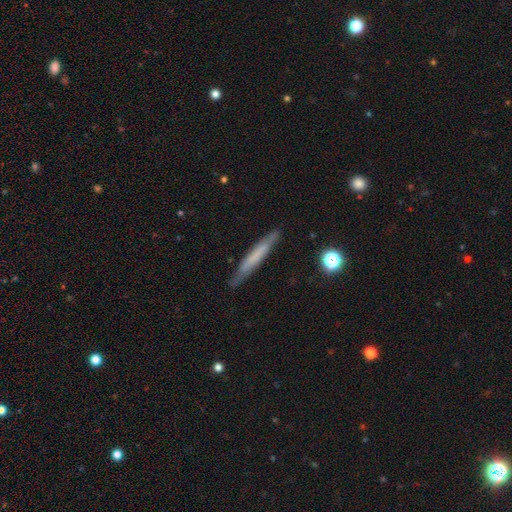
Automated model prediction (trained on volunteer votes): smooth_or_featured: smooth (p=0.55) [alt: featured or disk p=0.38]
how_rounded: cigar-shaped (p=0.95) [alt: in between p=0.04]
merging: none (p=0.85) [alt: minor disturbance p=0.11]